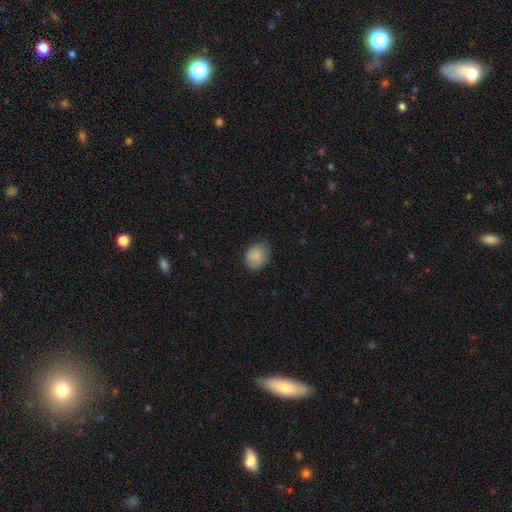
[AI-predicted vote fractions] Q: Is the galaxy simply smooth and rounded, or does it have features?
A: smooth — 86%.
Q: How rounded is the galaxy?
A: in between — 57%.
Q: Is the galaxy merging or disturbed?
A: none — 73%.